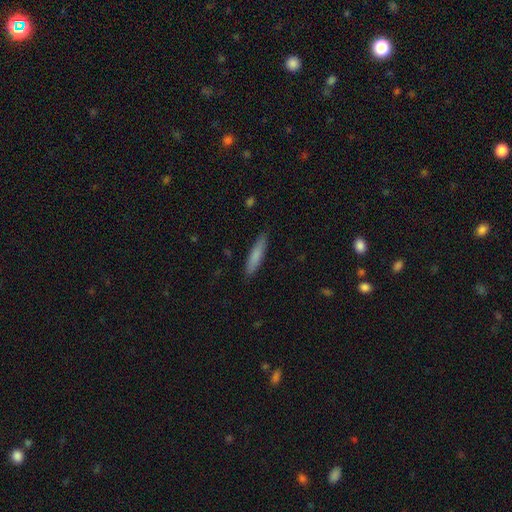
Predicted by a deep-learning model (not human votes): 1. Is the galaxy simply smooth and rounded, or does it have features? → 79% smooth, 16% featured or disk, 6% star or artifact.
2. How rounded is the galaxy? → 89% cigar-shaped, 10% in between, 1% round.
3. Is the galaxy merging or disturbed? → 88% none, 9% minor disturbance, 2% major disturbance, 1% merger.